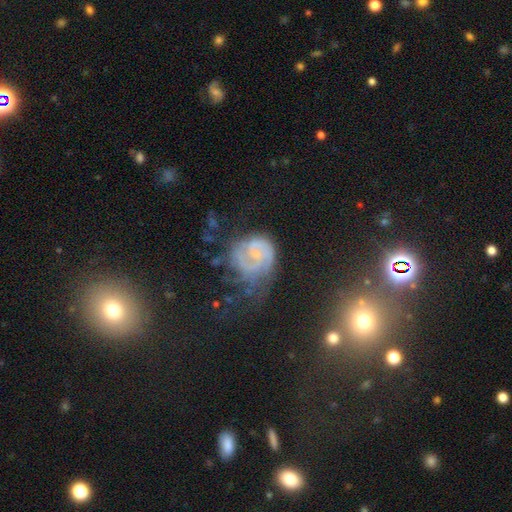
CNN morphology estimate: featured or disk 69%, smooth 17%, star or artifact 14%. Down the decision tree: edge-on disk — no (98%); bar — no (61%); spiral arms — yes (89%); spiral arm count — 2 (51%); spiral winding — tight (51%); bulge size — small (65%); merging — none (45%).